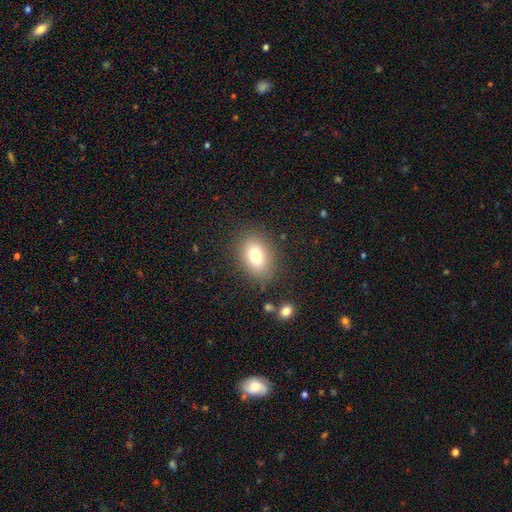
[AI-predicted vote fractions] A smooth galaxy with no disk features (78%) that is in between round and cigar-shaped (78%).

Vote fractions:
- Smooth or featured? smooth: 78% / featured or disk: 12% / star or artifact: 10%
- How rounded? in between: 78% / round: 20% / cigar-shaped: 1%
- Merging? none: 84% / minor disturbance: 10% / major disturbance: 4% / merger: 2%